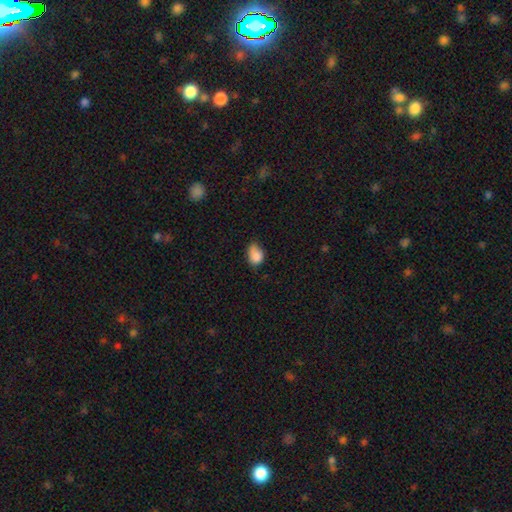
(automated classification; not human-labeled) Q: Smooth or featured?
A: smooth (84%); runner-up: star or artifact (9%)
Q: How rounded?
A: in between (68%); runner-up: round (30%)
Q: Merging?
A: minor disturbance (45%); runner-up: none (39%)